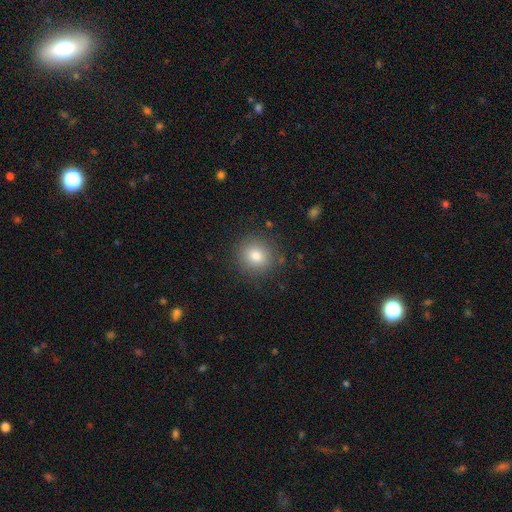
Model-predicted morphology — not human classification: smooth_or_featured: smooth (p=0.81) [alt: star or artifact p=0.11]
how_rounded: round (p=0.85) [alt: in between p=0.14]
merging: none (p=0.88) [alt: minor disturbance p=0.08]